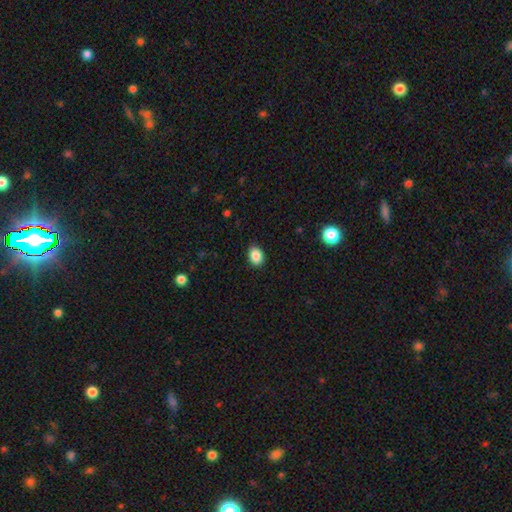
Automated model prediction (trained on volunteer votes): A smooth galaxy with no disk features (87%) that is in between round and cigar-shaped (74%).

Vote fractions:
- Smooth or featured? smooth: 87% / star or artifact: 8% / featured or disk: 4%
- How rounded? in between: 74% / round: 25% / cigar-shaped: 1%
- Merging? none: 85% / minor disturbance: 12% / major disturbance: 2% / merger: 1%